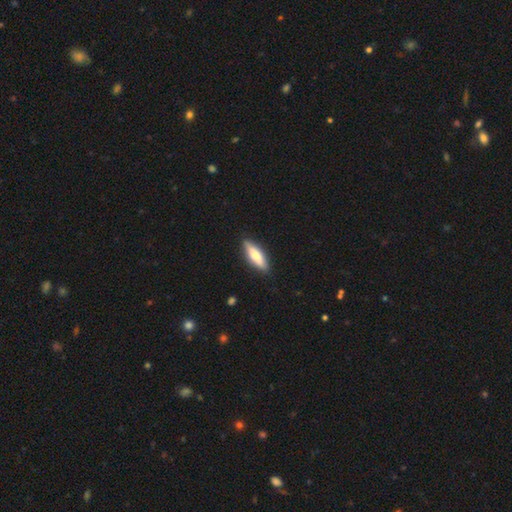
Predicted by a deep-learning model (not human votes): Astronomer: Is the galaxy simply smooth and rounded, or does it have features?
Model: smooth — 62%.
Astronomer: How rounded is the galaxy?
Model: cigar-shaped — 56% (runner-up: in between, 42%).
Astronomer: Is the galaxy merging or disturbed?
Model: none — 89%.